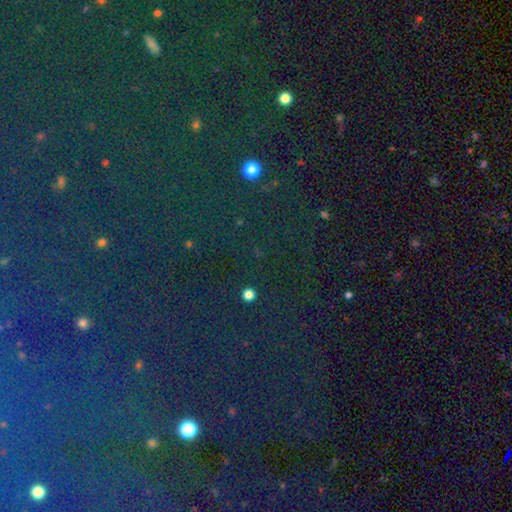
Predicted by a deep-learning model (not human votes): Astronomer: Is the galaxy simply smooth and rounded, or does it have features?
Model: star or artifact — 80%.